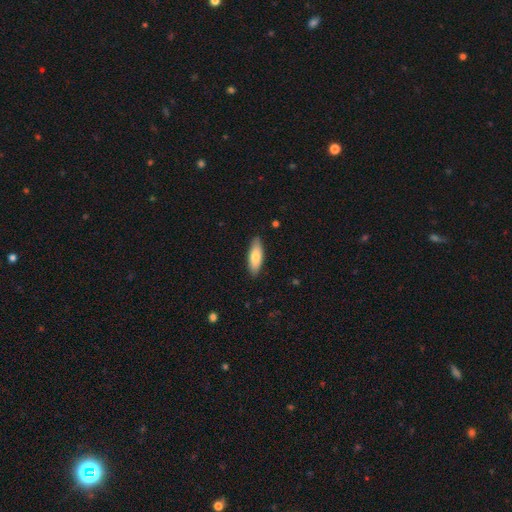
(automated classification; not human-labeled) A smooth galaxy with no disk features (79%) that is in between round and cigar-shaped (63%).

Vote fractions:
- Smooth or featured? smooth: 79% / featured or disk: 16% / star or artifact: 6%
- How rounded? in between: 63% / cigar-shaped: 35% / round: 2%
- Merging? none: 88% / minor disturbance: 10% / major disturbance: 2% / merger: 1%